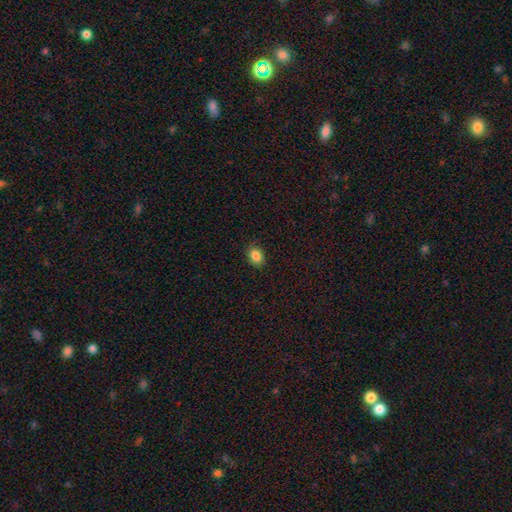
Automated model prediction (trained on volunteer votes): This appears to be a smooth galaxy with no disk features (86%) that is in between round and cigar-shaped (69%). Merging: none (87%).